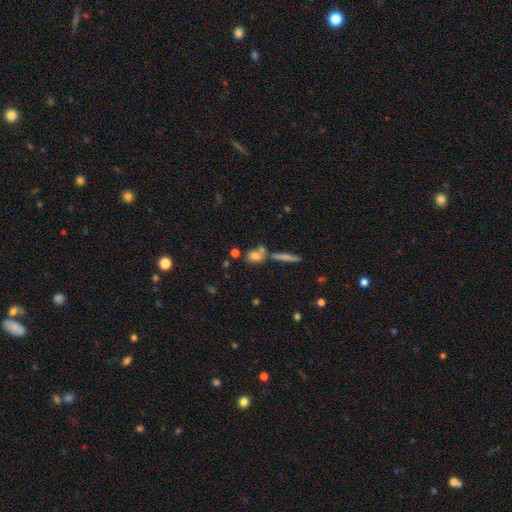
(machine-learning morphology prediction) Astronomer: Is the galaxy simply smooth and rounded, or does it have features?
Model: smooth — 72%.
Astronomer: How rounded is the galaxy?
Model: in between — 48% (runner-up: round, 34%).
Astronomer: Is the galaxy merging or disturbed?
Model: none — 51% (runner-up: merger, 33%).